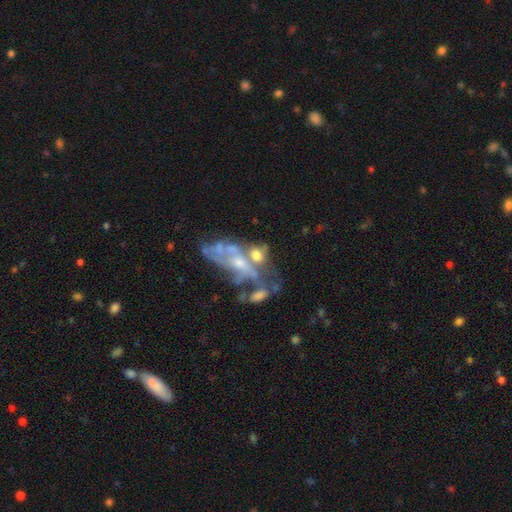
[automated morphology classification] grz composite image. It shows a featured or disk galaxy (66%) with no bar (68%), spiral arms (56%) and a small central bulge (52%). Merging: merger (35%).